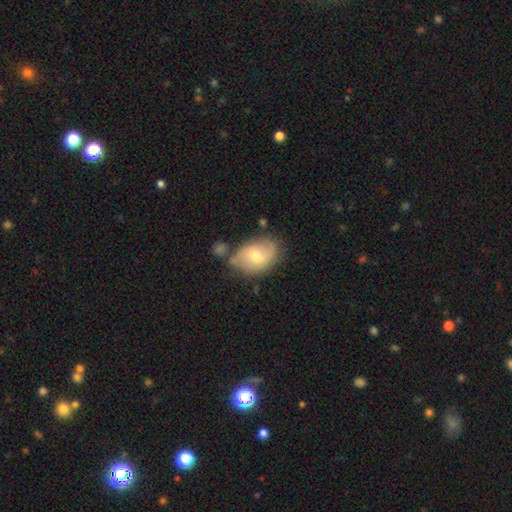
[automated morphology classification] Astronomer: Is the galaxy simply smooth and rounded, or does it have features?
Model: smooth — 57% (runner-up: featured or disk, 35%).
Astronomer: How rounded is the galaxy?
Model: in between — 79%.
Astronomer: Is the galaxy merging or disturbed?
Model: none — 59%.